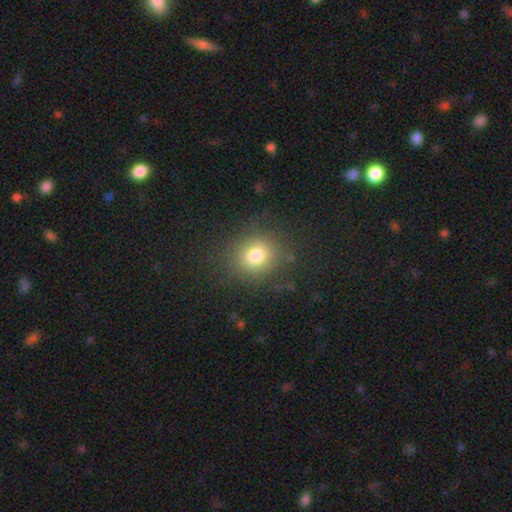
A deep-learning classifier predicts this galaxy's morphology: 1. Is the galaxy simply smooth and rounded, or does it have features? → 77% smooth, 14% star or artifact, 9% featured or disk.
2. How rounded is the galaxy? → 78% round, 21% in between, 1% cigar-shaped.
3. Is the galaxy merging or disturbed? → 82% none, 11% minor disturbance, 6% major disturbance, 1% merger.